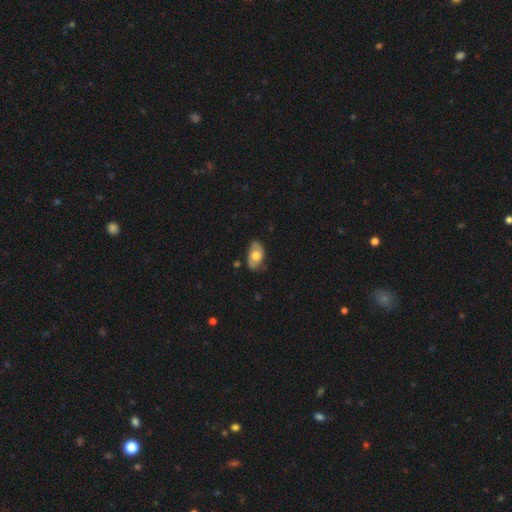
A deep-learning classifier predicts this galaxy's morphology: smooth 54%, featured or disk 40%, star or artifact 6%. Down the decision tree: how rounded — in between (90%); merging — none (74%).